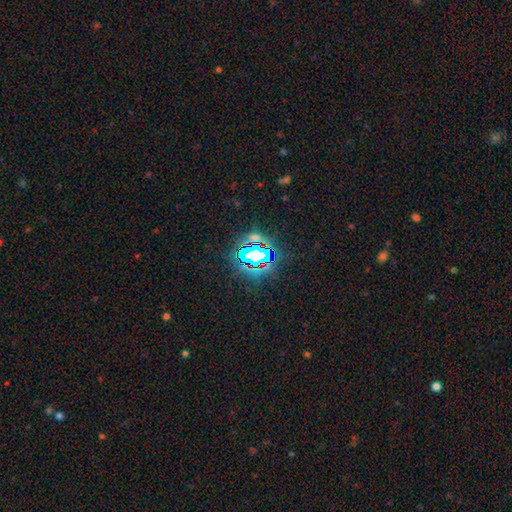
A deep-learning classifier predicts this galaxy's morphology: Smooth or featured? Predicted: star or artifact (p=0.71).